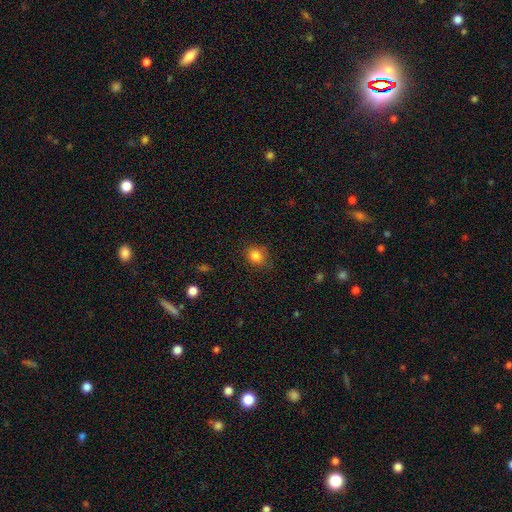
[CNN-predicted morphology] This is clearly a smooth galaxy (83%). How rounded: likely round (73%). Merging: likely none (79%).